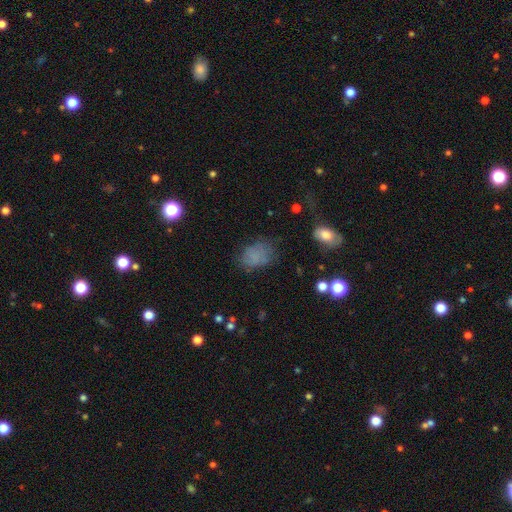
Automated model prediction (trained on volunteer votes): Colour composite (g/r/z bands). It shows a smooth galaxy with no disk features (71%) that is in between round and cigar-shaped (72%). Merging: none (62%).